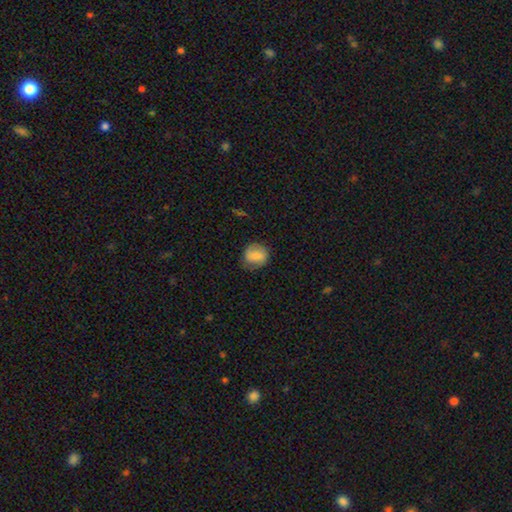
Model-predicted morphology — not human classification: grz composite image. It shows a smooth galaxy with no disk features (72%) that is round (78%). Merging: none (76%).